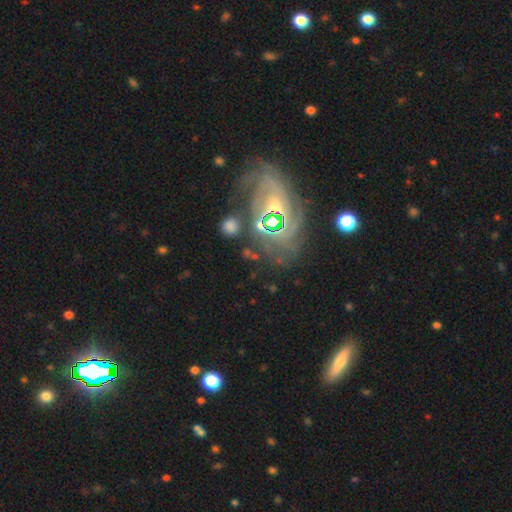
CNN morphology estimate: Smooth or featured? featured or disk (56%)
Edge-on disk? no (93%)
Bar? no (56%)
Spiral arms? yes (84%)
Bulge size? moderate (48%)
Merging? none (62%)